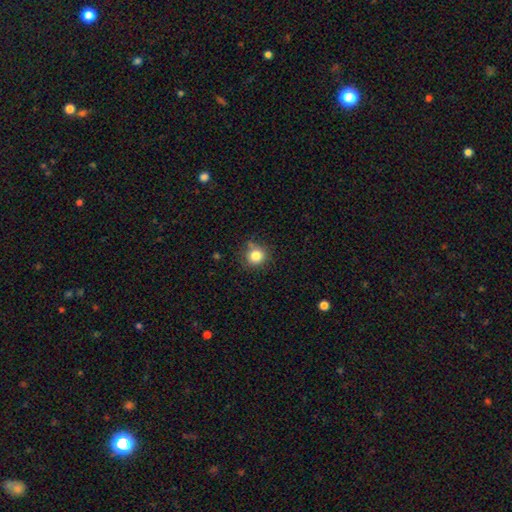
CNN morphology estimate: Overall: smooth (83%). How rounded: round (90%). Merging: none (78%).